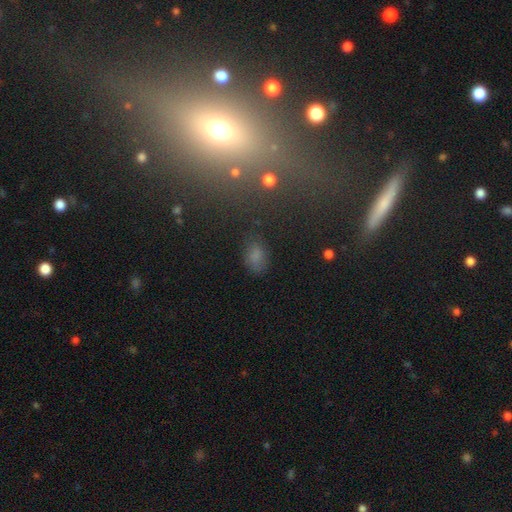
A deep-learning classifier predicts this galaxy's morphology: The model was most divided on "merging": none: 70%, minor disturbance: 19%, major disturbance: 7%, merger: 3%. More confident: how rounded — in between (86%); smooth or featured — smooth (71%).